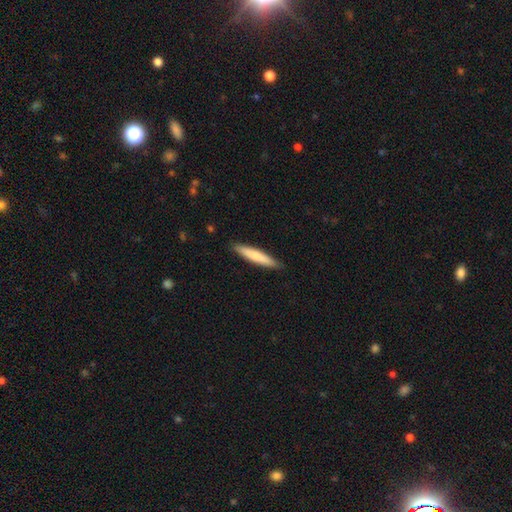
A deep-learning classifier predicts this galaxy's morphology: A smooth galaxy with no disk features (74%) that is cigar-shaped (92%). Merging: none (89%).